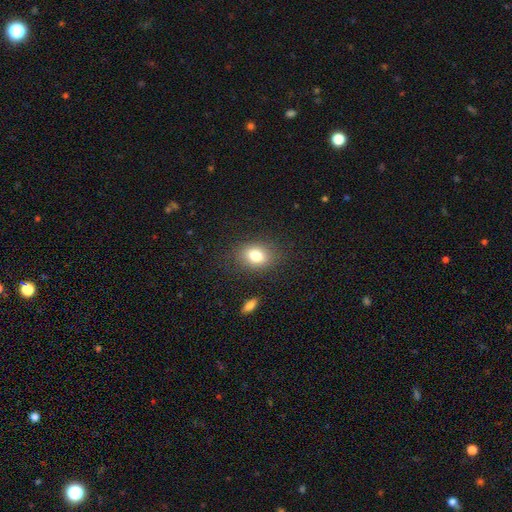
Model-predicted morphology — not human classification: type=smooth (78%); roundness=in between (63%); merging=none (83%).